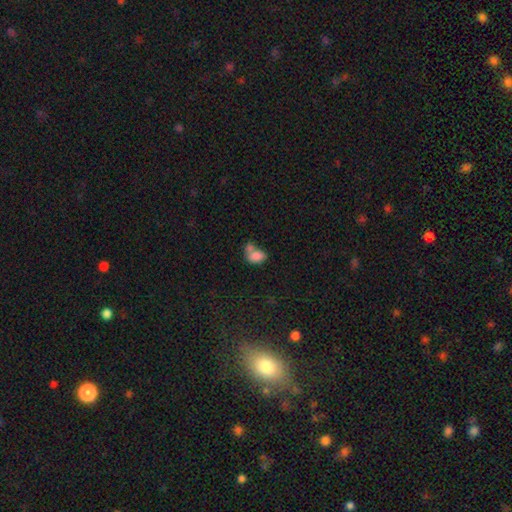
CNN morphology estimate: Overall: smooth (79%). How rounded: in between (84%). Merging: merger (53%; none 25%).